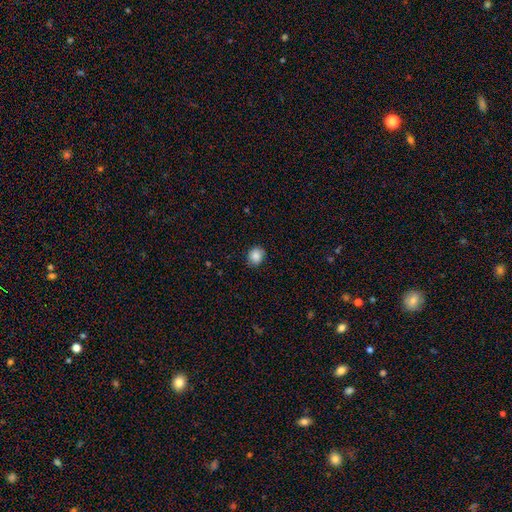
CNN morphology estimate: Smooth or featured: smooth — 85% (star or artifact — 9%)
How rounded: round — 71% (in between — 28%)
Merging: none — 84% (minor disturbance — 13%)